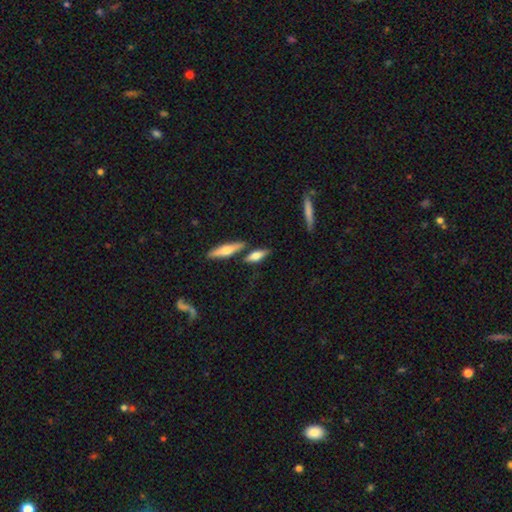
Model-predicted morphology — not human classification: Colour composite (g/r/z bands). It shows a smooth galaxy with no disk features (54%) that is in between round and cigar-shaped (49%). Merging: none (72%).